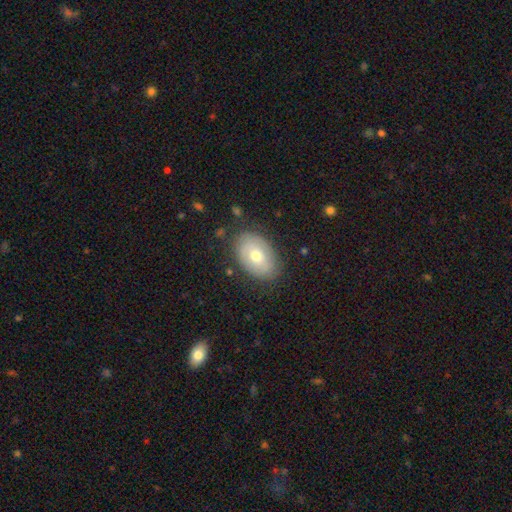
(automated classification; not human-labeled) Smooth or featured? smooth (61%)
How rounded? in between (86%)
Merging? none (80%)